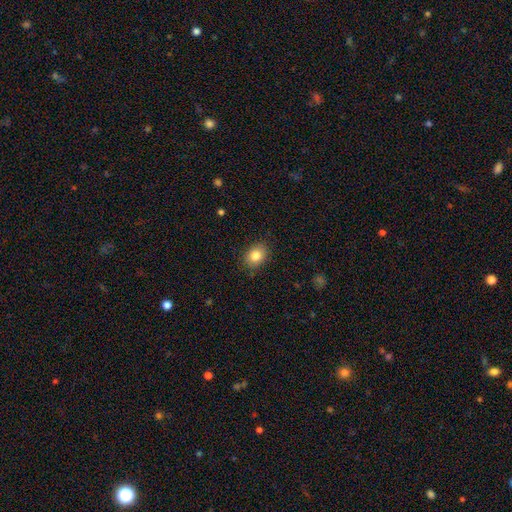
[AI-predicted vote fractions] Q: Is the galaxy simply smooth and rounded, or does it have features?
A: smooth — 83%.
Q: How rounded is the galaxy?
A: in between — 66%.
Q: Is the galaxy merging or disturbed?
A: none — 85%.